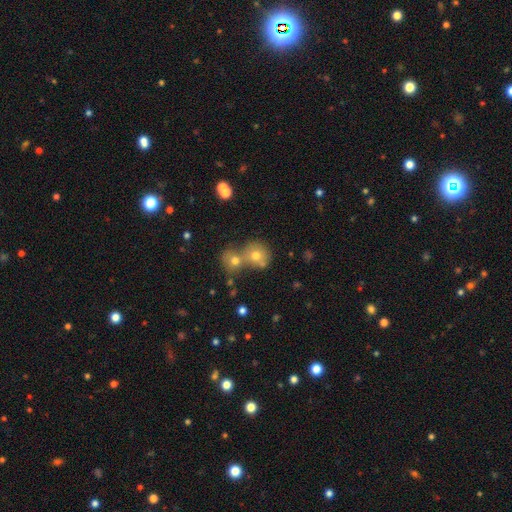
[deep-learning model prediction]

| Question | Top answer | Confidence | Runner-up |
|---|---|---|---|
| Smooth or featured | smooth | 63% | star or artifact (20%) |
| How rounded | round | 81% | in between (17%) |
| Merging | merger | 50% | none (40%) |